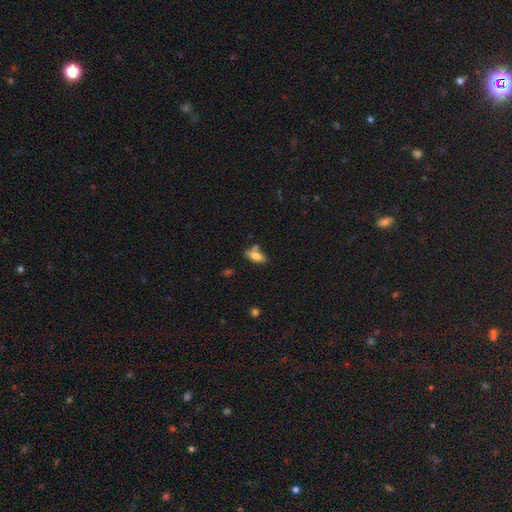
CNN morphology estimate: This appears to be a smooth galaxy with no disk features (73%) that is in between round and cigar-shaped (82%). Merging: none (60%).